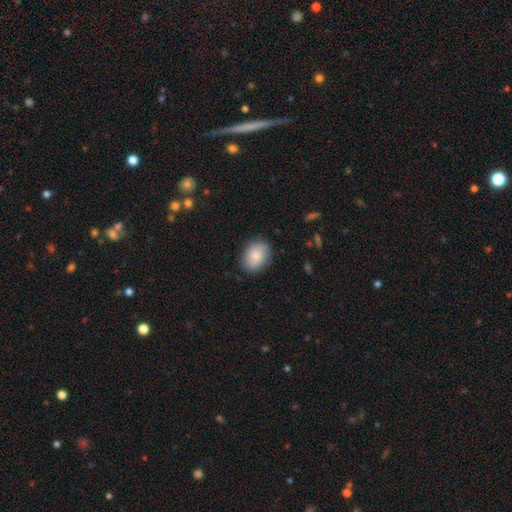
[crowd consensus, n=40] Volunteers were most divided on "how rounded": round: 53%, in between: 47%, cigar-shaped: 0%. More confident: merging — none (95%); smooth or featured — smooth (85%).